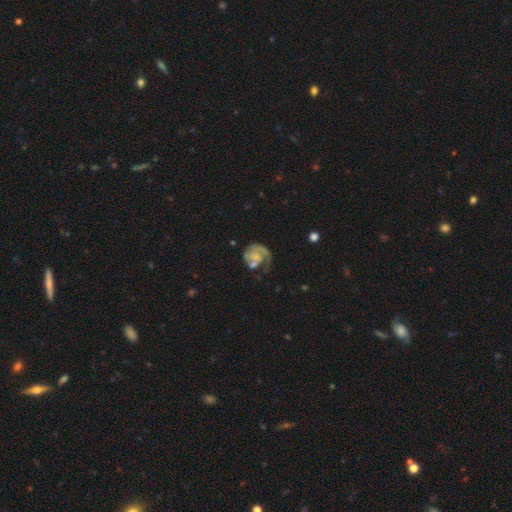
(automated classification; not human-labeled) This appears to be a featured or disk galaxy (69%) with no bar (73%), 1 (65%) tight (42%) spiral arms (79%) and no central bulge (38%). Merging: none (35%, tied with major disturbance).